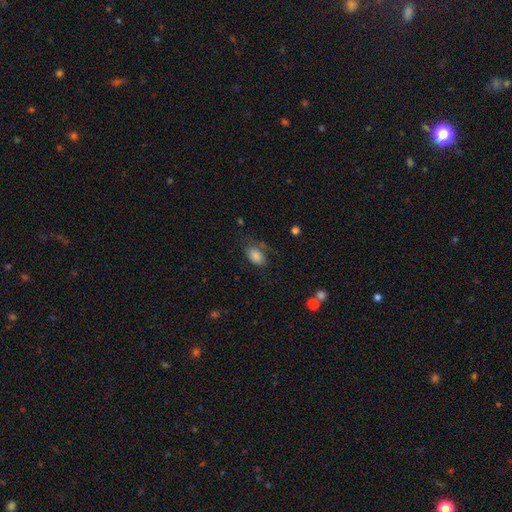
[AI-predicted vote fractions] Smooth or featured? Predicted: smooth (p=0.77). How rounded? Predicted: in between (p=0.90). Merging? Predicted: none (p=0.53).